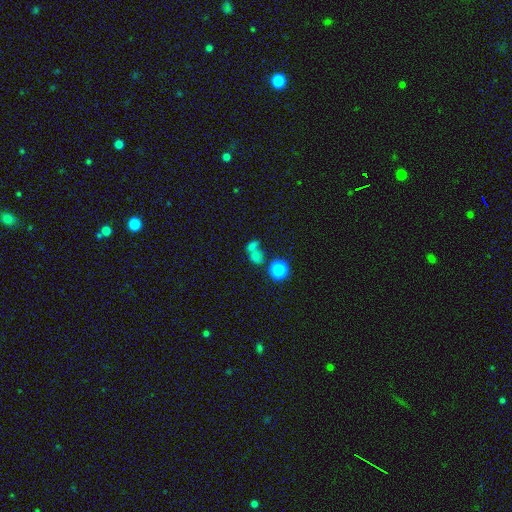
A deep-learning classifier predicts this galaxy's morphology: smooth 69%, star or artifact 19%, featured or disk 11%. Down the decision tree: how rounded — round (60%); merging — merger (52%).